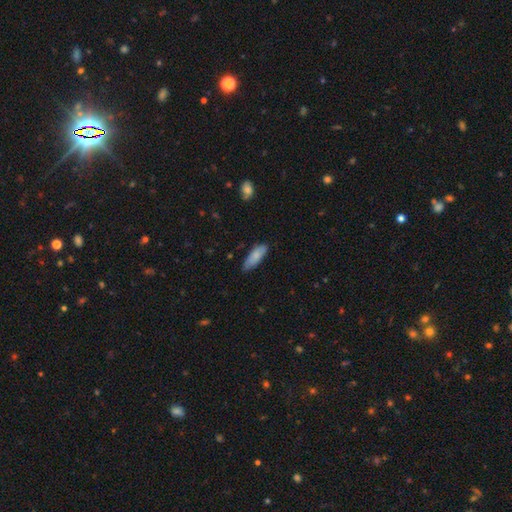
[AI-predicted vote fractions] The model was most divided on "how rounded": in between: 64%, cigar-shaped: 34%, round: 2%. More confident: smooth or featured — smooth (81%); merging — none (73%).